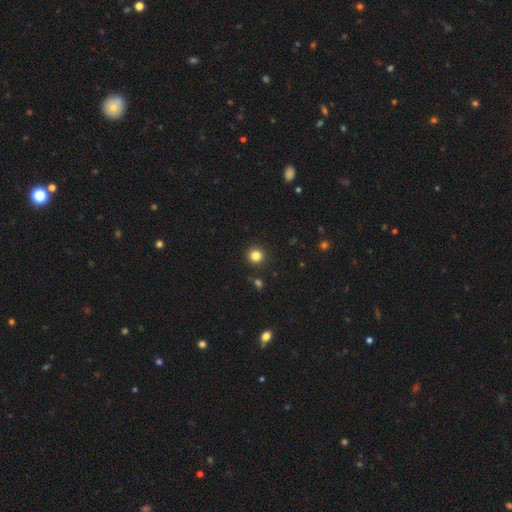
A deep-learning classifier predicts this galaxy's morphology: A smooth galaxy with no disk features (83%) that is round (94%). Merging: none (91%).